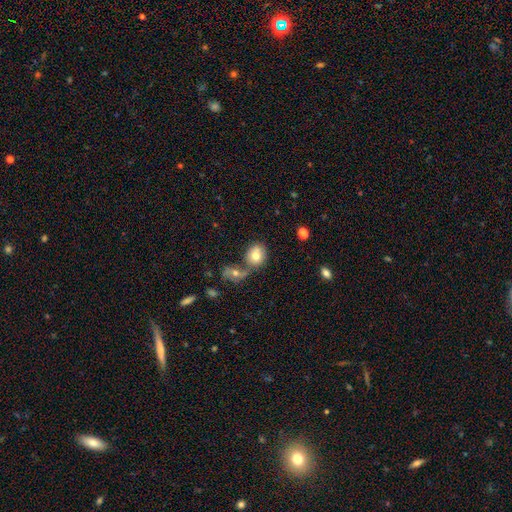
A smooth galaxy with no disk features (79%) that is round (74%). Merging: merger (46%).